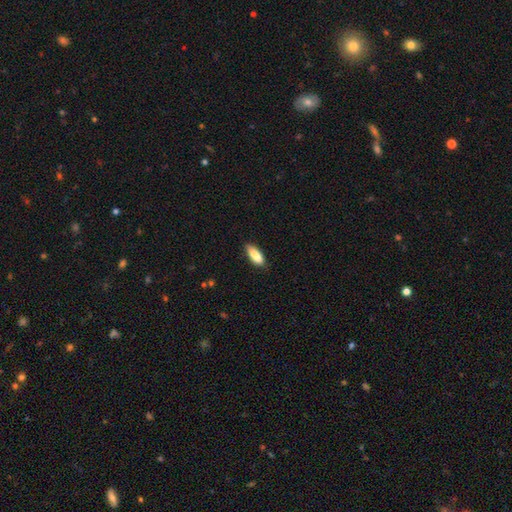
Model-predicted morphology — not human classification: smooth-or-featured: smooth: 82% | featured or disk: 11% | star or artifact: 7%
  how-rounded: in between: 67% | cigar-shaped: 31% | round: 2%
  merging: none: 67% | minor disturbance: 22% | merger: 6% | major disturbance: 4%